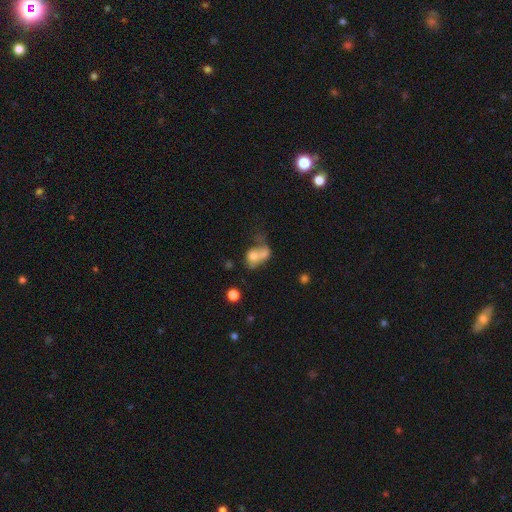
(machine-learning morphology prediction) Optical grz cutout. It shows a smooth galaxy with no disk features (68%) that is in between round and cigar-shaped (55%). Merging: merger (66%).